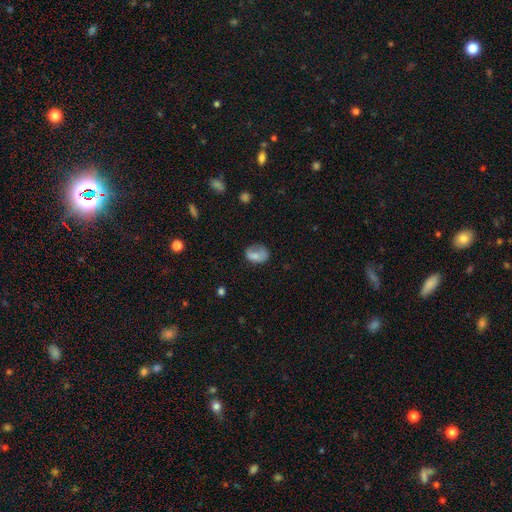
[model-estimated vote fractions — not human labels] Overall: smooth (71%). How rounded: in between (70%). Merging: none (46%; minor disturbance 32%).